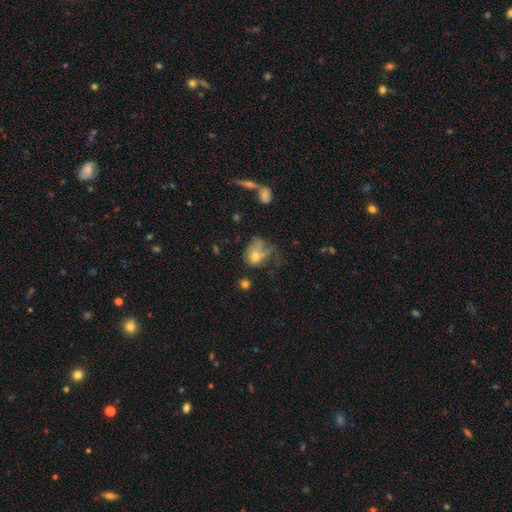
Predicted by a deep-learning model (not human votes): Smooth or featured?
  - smooth: 58% *
  - featured or disk: 29%
  - star or artifact: 13%
How rounded?
  - in between: 57% *
  - round: 41%
  - cigar-shaped: 2%
Merging?
  - major disturbance: 37% *
  - none: 26%
  - minor disturbance: 22%
  - merger: 15%